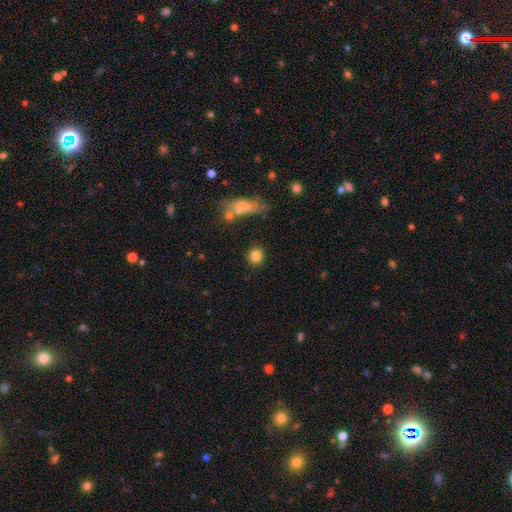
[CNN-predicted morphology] The model was most divided on "how rounded": round: 83%, in between: 16%, cigar-shaped: 2%. More confident: merging — none (86%); smooth or featured — smooth (83%).